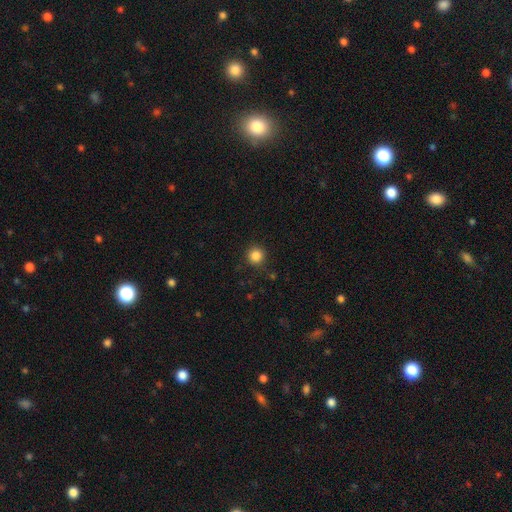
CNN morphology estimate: This appears to be a smooth galaxy with no disk features (85%) that is round (95%). Merging: none (90%).